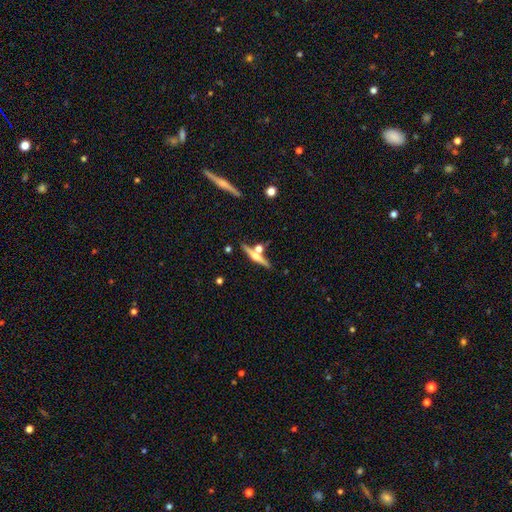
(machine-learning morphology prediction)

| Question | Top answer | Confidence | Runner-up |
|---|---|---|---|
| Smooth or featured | featured or disk | 67% | smooth (26%) |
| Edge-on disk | yes | 96% | no (4%) |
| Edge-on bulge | rounded | 90% | none (7%) |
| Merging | none | 67% | merger (21%) |